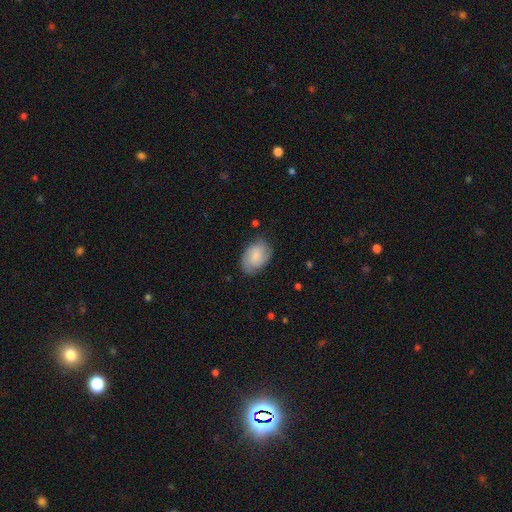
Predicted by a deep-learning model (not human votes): This appears to be a smooth galaxy with no disk features (57%) that is in between round and cigar-shaped (82%). Merging: none (71%).